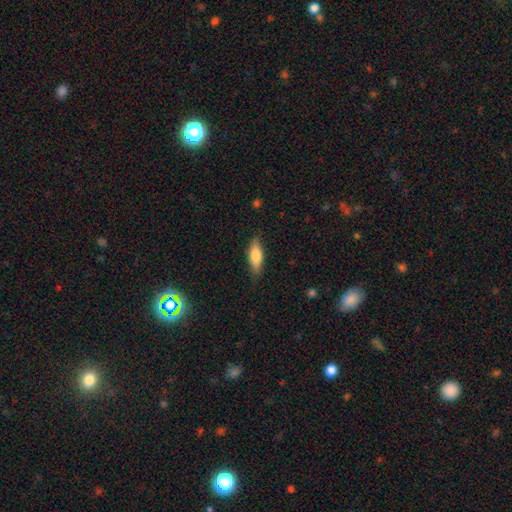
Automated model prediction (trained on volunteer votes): This appears to be a smooth galaxy with no disk features (75%) that is in between round and cigar-shaped (56%). Merging: none (82%).